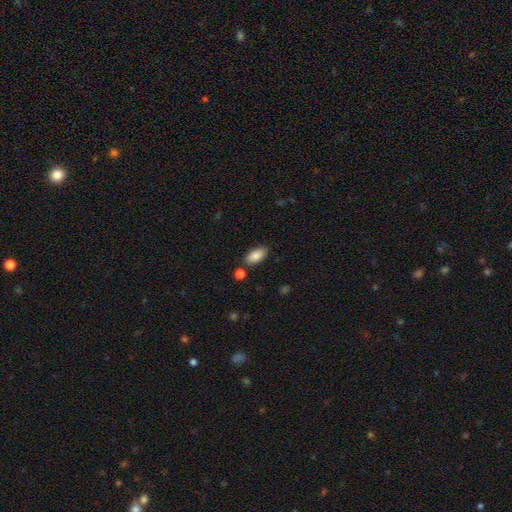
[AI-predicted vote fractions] Smooth or featured? Predicted: smooth (p=0.87). How rounded? Predicted: in between (p=0.91). Merging? Predicted: none (p=0.82).